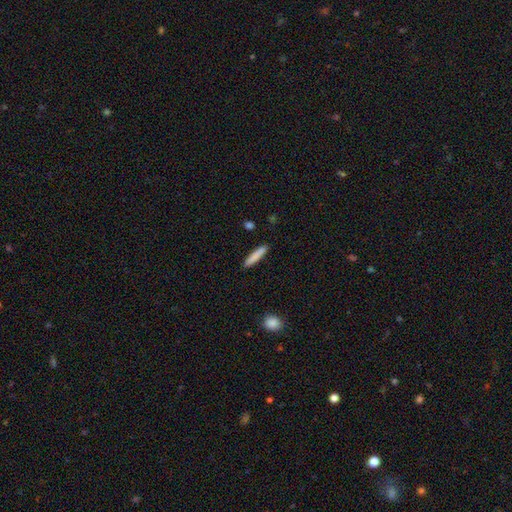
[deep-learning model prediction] smooth 84%, featured or disk 11%, star or artifact 6%. Down the decision tree: how rounded — cigar-shaped (91%); merging — none (91%).